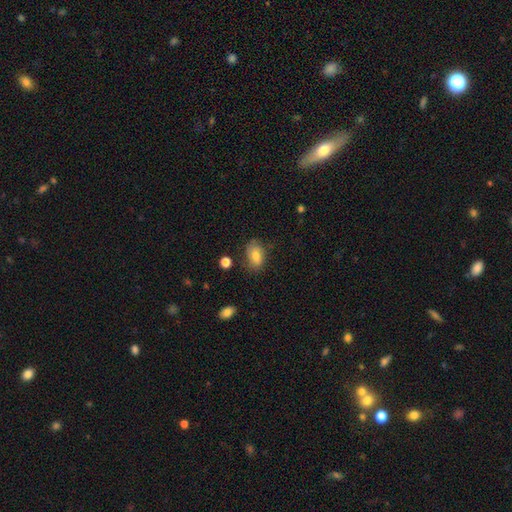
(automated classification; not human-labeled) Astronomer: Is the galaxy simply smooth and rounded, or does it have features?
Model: smooth — 75%.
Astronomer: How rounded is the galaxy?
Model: in between — 86%.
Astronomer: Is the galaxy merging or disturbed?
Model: none — 68%.